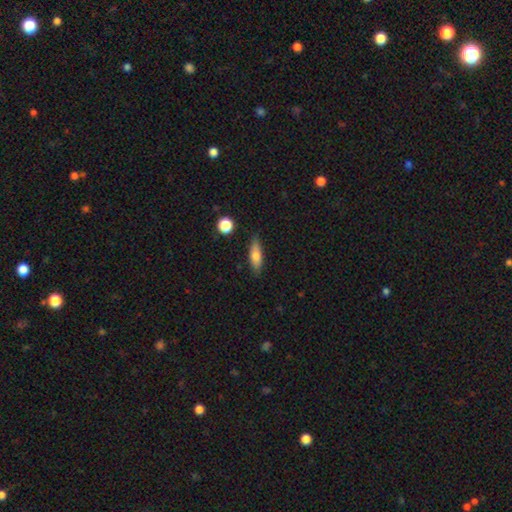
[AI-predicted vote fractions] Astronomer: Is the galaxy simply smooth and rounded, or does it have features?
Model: smooth — 72%.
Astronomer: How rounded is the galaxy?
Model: in between — 50% (runner-up: cigar-shaped, 47%).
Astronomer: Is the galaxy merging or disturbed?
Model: none — 82%.